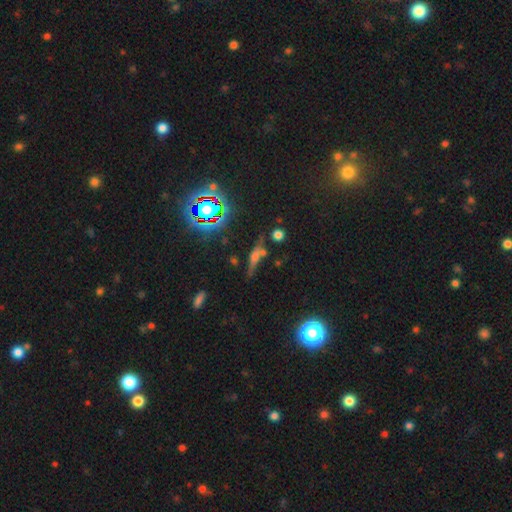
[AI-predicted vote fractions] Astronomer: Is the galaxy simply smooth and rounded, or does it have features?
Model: featured or disk — 40% (runner-up: smooth, 35%).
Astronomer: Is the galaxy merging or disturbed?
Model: none — 61%.